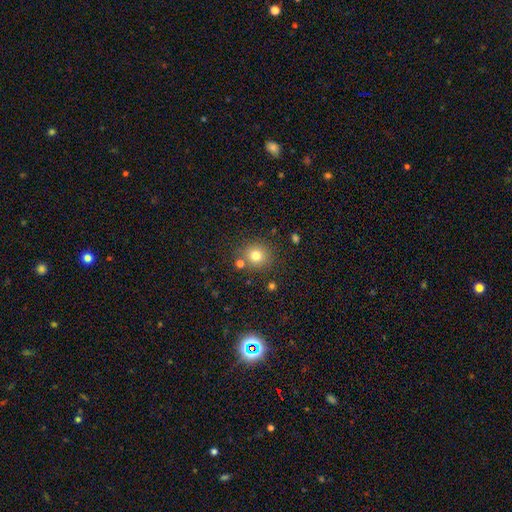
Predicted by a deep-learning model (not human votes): Smooth or featured: smooth — 77% (star or artifact — 14%)
How rounded: round — 90% (in between — 9%)
Merging: none — 80% (minor disturbance — 9%)